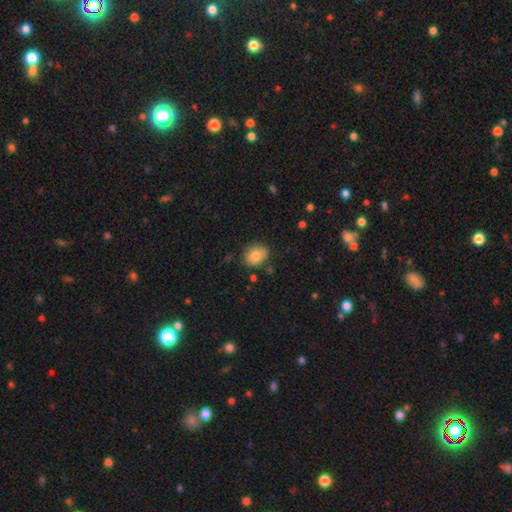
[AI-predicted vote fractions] Smooth or featured: smooth — 84% (star or artifact — 8%)
How rounded: in between — 51% (round — 48%)
Merging: none — 76% (minor disturbance — 17%)